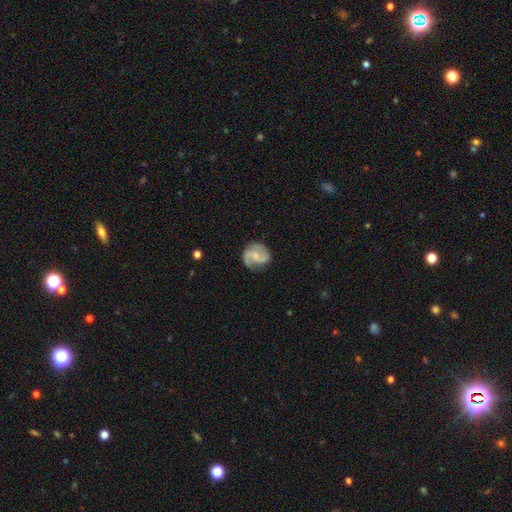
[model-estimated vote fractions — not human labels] Morphology: type=featured or disk (84%); edge-on=no (98%); bar=no (47%); spiral arms=yes (97%); winding=medium (53%); arm count=2 (89%); bulge=small (57%); merging=none (77%).